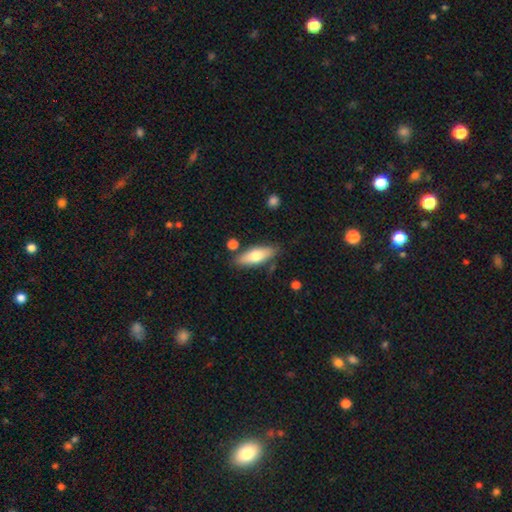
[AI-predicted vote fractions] A smooth galaxy with no disk features (62%) that is in between round and cigar-shaped (63%).

Vote fractions:
- Smooth or featured? smooth: 62% / featured or disk: 32% / star or artifact: 6%
- How rounded? in between: 63% / cigar-shaped: 34% / round: 3%
- Merging? none: 81% / minor disturbance: 12% / merger: 4% / major disturbance: 3%